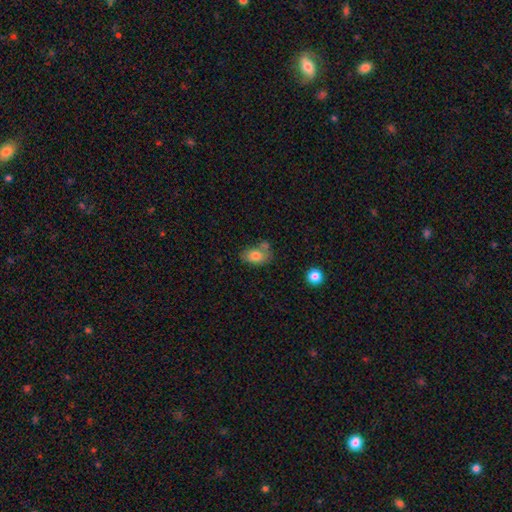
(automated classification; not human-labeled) A smooth galaxy with no disk features (78%) that is in between round and cigar-shaped (82%).

Vote fractions:
- Smooth or featured? smooth: 78% / featured or disk: 14% / star or artifact: 9%
- How rounded? in between: 82% / round: 17% / cigar-shaped: 1%
- Merging? none: 54% / merger: 21% / minor disturbance: 19% / major disturbance: 6%